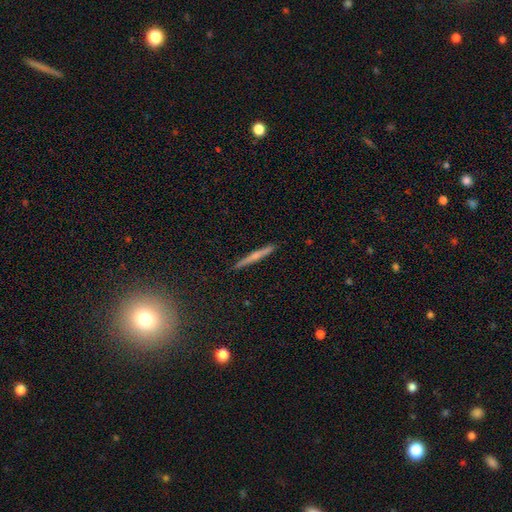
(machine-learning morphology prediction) A featured or disk galaxy (53%) viewed edge-on (97%) with a rounded central bulge (51%). Merging: none (91%).